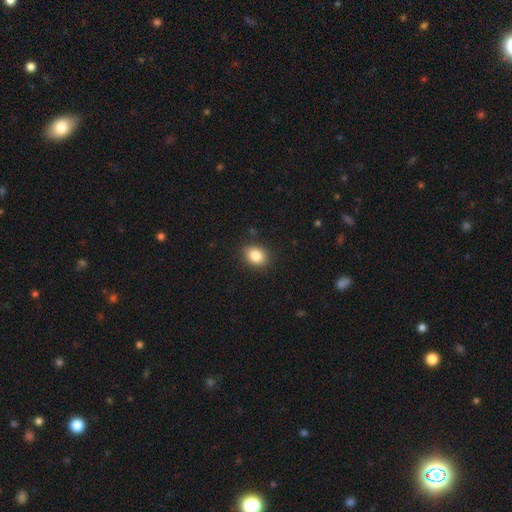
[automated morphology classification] Smooth or featured: smooth — 85% (star or artifact — 9%)
How rounded: in between — 59% (round — 41%)
Merging: none — 88% (minor disturbance — 9%)